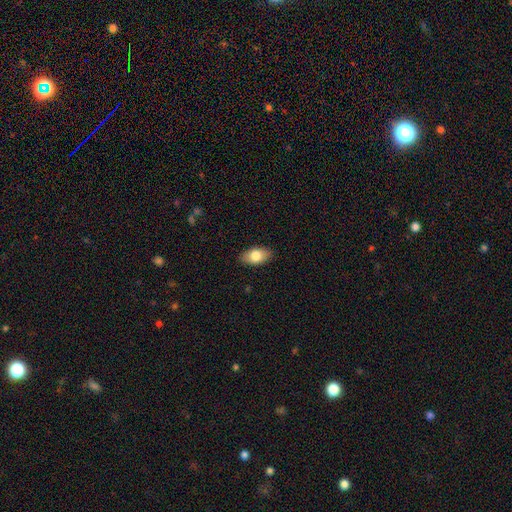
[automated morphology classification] Q: Smooth or featured?
A: smooth (80%); runner-up: featured or disk (14%)
Q: How rounded?
A: in between (92%); runner-up: round (5%)
Q: Merging?
A: none (87%); runner-up: minor disturbance (10%)